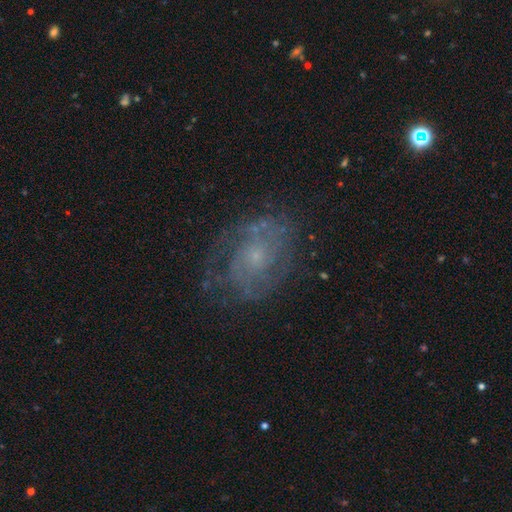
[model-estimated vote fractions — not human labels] A featured or disk galaxy (74%) with no bar (77%), tight (49%) spiral arms (83%) and a small central bulge (67%). Merging: none (69%).